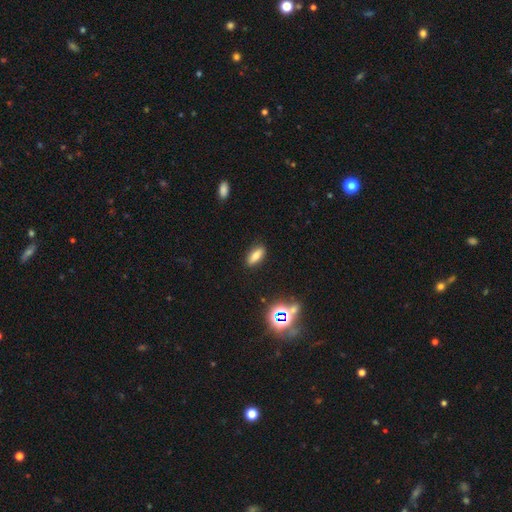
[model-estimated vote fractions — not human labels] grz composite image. It shows a smooth galaxy with no disk features (74%) that is in between round and cigar-shaped (74%). Merging: none (88%).